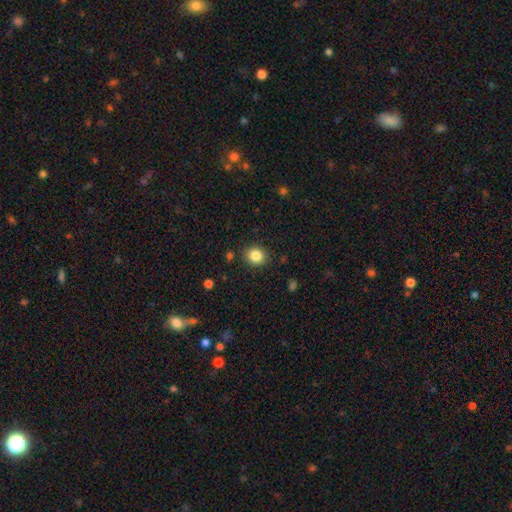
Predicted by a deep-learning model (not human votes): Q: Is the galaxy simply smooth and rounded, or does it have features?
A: smooth — 84%.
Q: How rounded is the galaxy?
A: round — 73%.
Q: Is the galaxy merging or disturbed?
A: none — 89%.